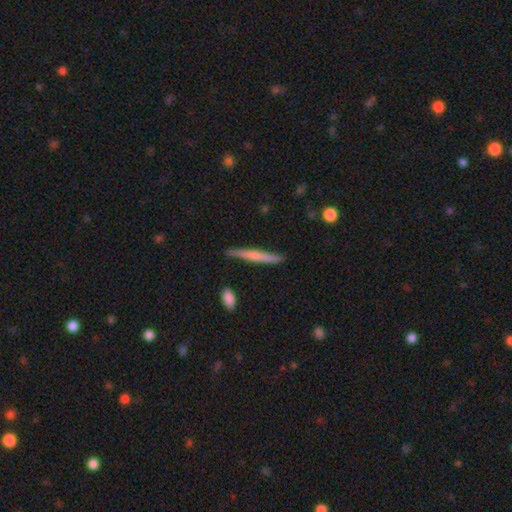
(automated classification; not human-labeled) smooth 49%, featured or disk 45%, star or artifact 6%. Down the decision tree: merging — none (85%).